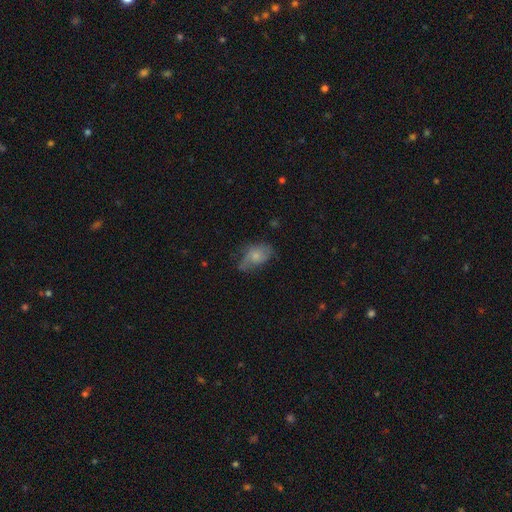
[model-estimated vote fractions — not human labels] This appears to be a smooth galaxy with no disk features (53%) that is in between round and cigar-shaped (87%). Merging: none (45%).